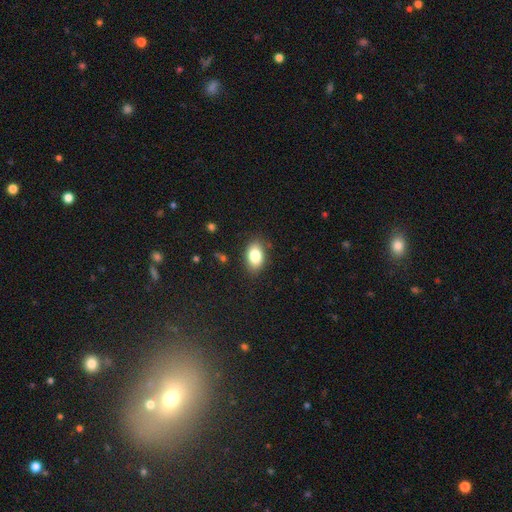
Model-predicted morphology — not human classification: Smooth or featured?
  - smooth: 80% *
  - star or artifact: 11%
  - featured or disk: 10%
How rounded?
  - in between: 87% *
  - round: 11%
  - cigar-shaped: 2%
Merging?
  - none: 87% *
  - minor disturbance: 10%
  - major disturbance: 2%
  - merger: 1%